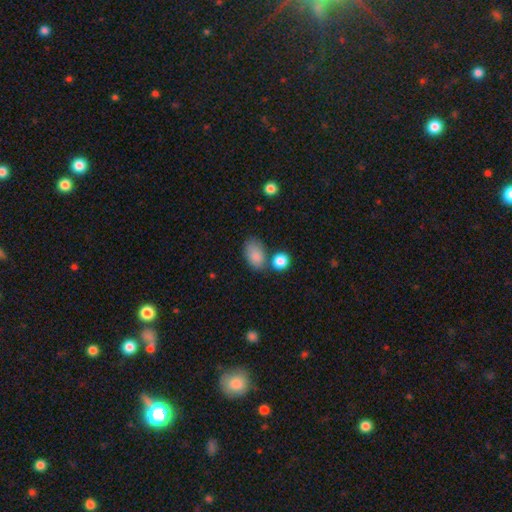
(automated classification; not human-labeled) This appears to be a smooth galaxy with no disk features (86%) that is in between round and cigar-shaped (88%). Merging: none (57%).